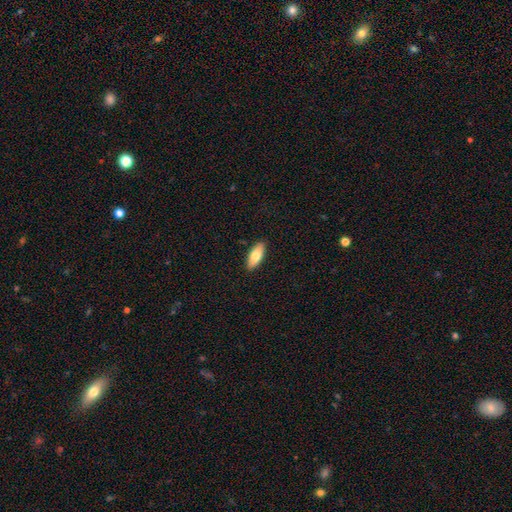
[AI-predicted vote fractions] Smooth or featured?
  - smooth: 78% *
  - featured or disk: 16%
  - star or artifact: 6%
How rounded?
  - in between: 76% *
  - cigar-shaped: 22%
  - round: 2%
Merging?
  - none: 90% *
  - minor disturbance: 8%
  - major disturbance: 2%
  - merger: 1%